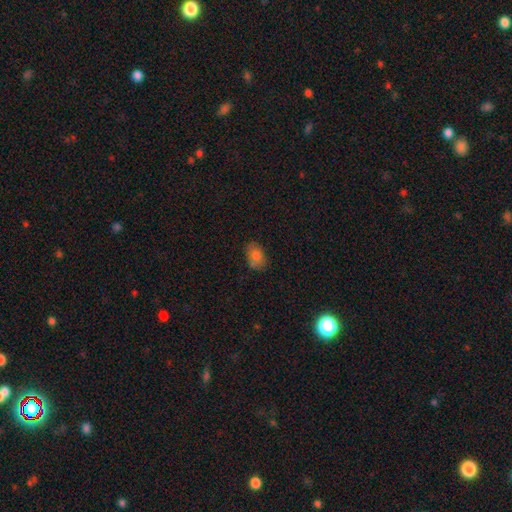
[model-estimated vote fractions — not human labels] Smooth or featured?
  - smooth: 78% *
  - featured or disk: 12%
  - star or artifact: 9%
How rounded?
  - in between: 84% *
  - round: 15%
  - cigar-shaped: 1%
Merging?
  - none: 71% *
  - minor disturbance: 20%
  - major disturbance: 4%
  - merger: 4%